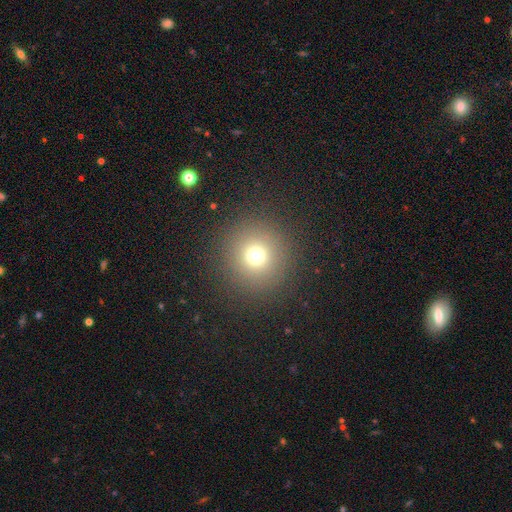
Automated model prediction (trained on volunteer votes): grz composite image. It shows a smooth galaxy with no disk features (71%) that is round (94%). Merging: none (89%).